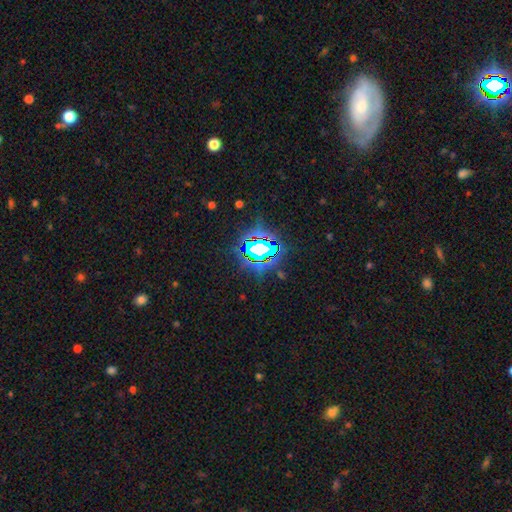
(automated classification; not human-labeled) star or artifact 60%, featured or disk 22%, smooth 18%.